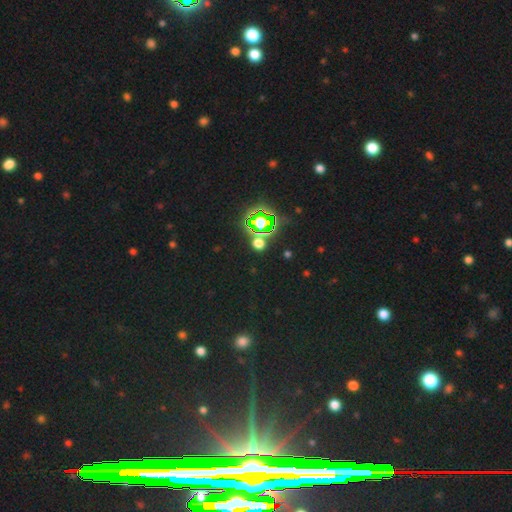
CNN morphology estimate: Overall: star or artifact (83%).